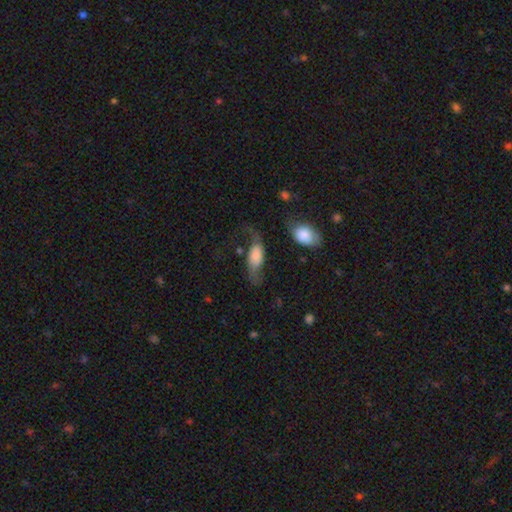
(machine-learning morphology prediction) Q: Smooth or featured?
A: featured or disk (47%); runner-up: smooth (45%)
Q: Merging?
A: none (41%); runner-up: major disturbance (28%)